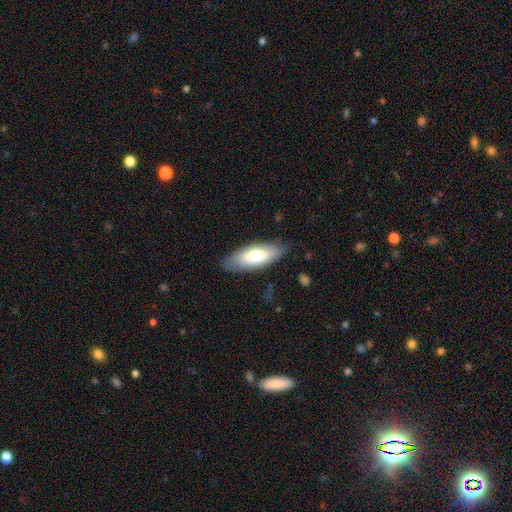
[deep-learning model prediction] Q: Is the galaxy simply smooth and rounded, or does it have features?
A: smooth — 67%.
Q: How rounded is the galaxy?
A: in between — 72%.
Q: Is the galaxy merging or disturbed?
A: none — 83%.